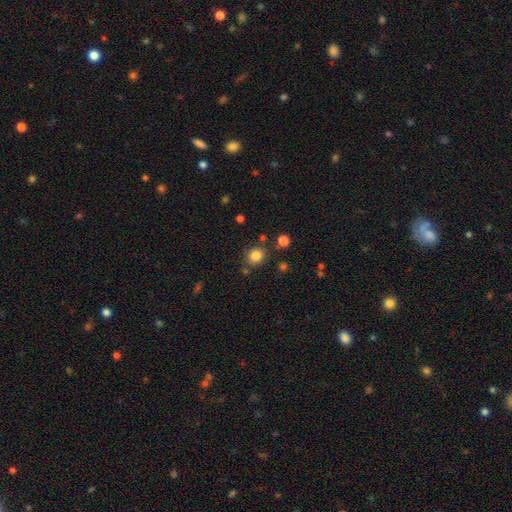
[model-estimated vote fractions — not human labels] Smooth or featured? Predicted: smooth (p=0.83). How rounded? Predicted: round (p=0.75). Merging? Predicted: none (p=0.78).